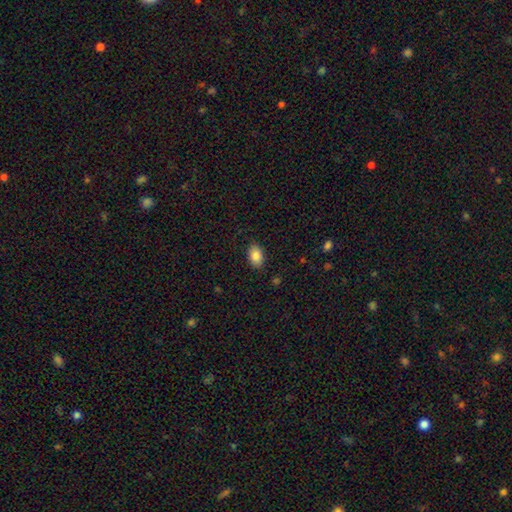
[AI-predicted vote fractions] smooth 87%, star or artifact 8%, featured or disk 6%. Down the decision tree: how rounded — in between (88%); merging — none (86%).